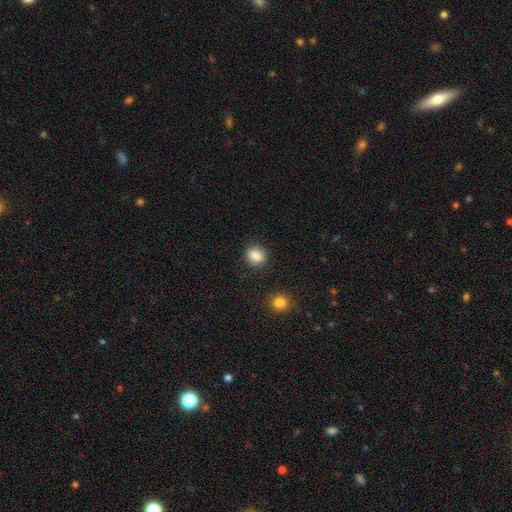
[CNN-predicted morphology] smooth_or_featured: smooth (p=0.86) [alt: star or artifact p=0.09]
how_rounded: round (p=0.77) [alt: in between p=0.22]
merging: none (p=0.88) [alt: minor disturbance p=0.07]